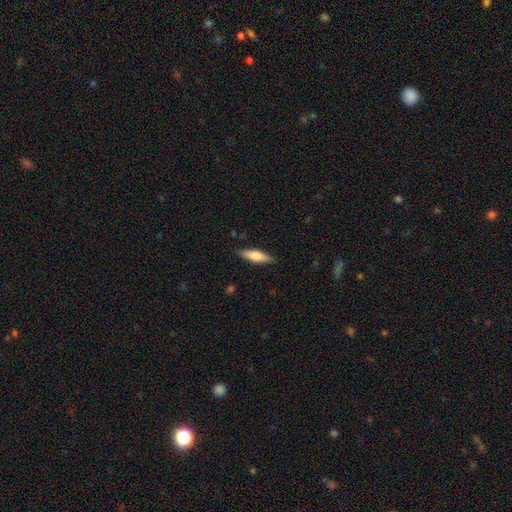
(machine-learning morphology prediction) smooth 65%, featured or disk 29%, star or artifact 6%. Down the decision tree: how rounded — cigar-shaped (62%); merging — none (86%).